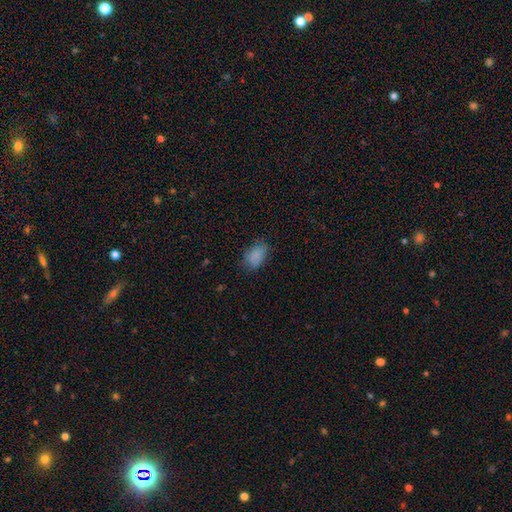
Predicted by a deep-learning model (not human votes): A smooth galaxy with no disk features (83%) that is in between round and cigar-shaped (83%).

Vote fractions:
- Smooth or featured? smooth: 83% / star or artifact: 11% / featured or disk: 6%
- How rounded? in between: 83% / round: 16% / cigar-shaped: 1%
- Merging? none: 72% / minor disturbance: 20% / major disturbance: 6% / merger: 1%